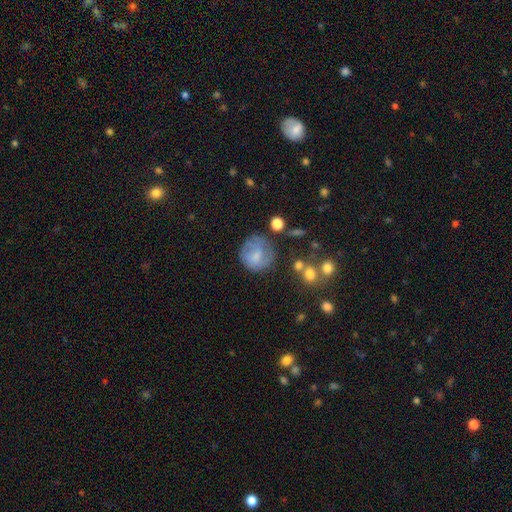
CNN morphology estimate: A smooth galaxy with no disk features (65%) that is round (88%). Merging: none (61%).